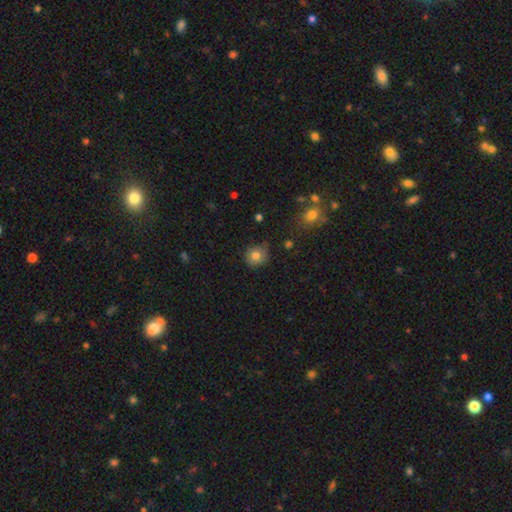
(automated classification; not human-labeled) A smooth galaxy with no disk features (80%) that is round (89%).

Vote fractions:
- Smooth or featured? smooth: 80% / star or artifact: 11% / featured or disk: 9%
- How rounded? round: 89% / in between: 10% / cigar-shaped: 1%
- Merging? none: 76% / minor disturbance: 18% / major disturbance: 4% / merger: 2%